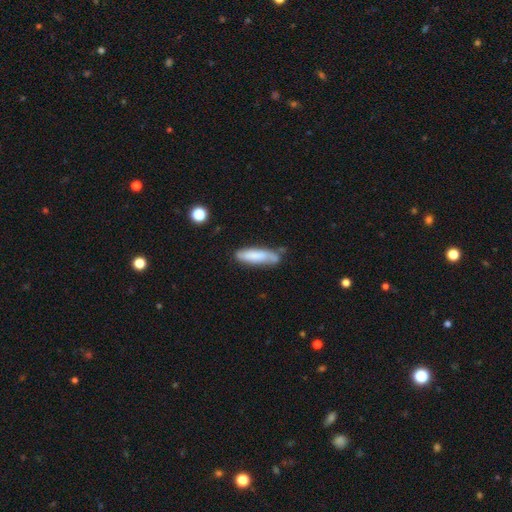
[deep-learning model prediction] Smooth or featured?
  - smooth: 73% *
  - featured or disk: 21%
  - star or artifact: 6%
How rounded?
  - cigar-shaped: 70% *
  - in between: 29%
  - round: 1%
Merging?
  - none: 59% *
  - minor disturbance: 27%
  - merger: 8%
  - major disturbance: 7%